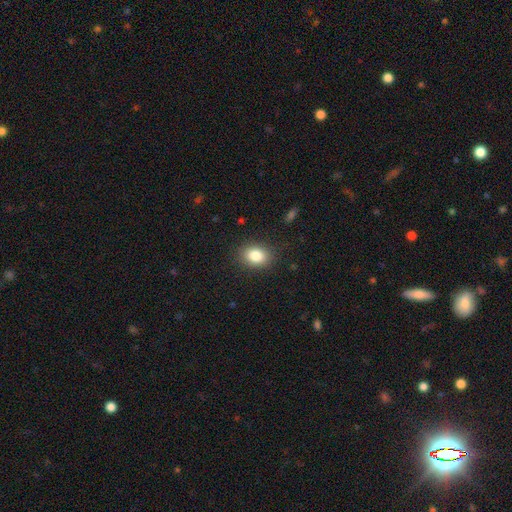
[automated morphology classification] Smooth or featured: smooth — 84% (star or artifact — 10%)
How rounded: in between — 63% (round — 36%)
Merging: none — 87% (minor disturbance — 9%)